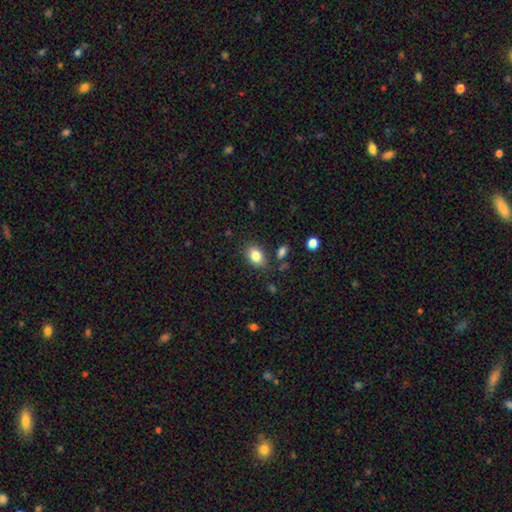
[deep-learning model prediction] Smooth or featured: smooth — 84% (star or artifact — 9%)
How rounded: in between — 78% (round — 21%)
Merging: none — 81% (minor disturbance — 12%)